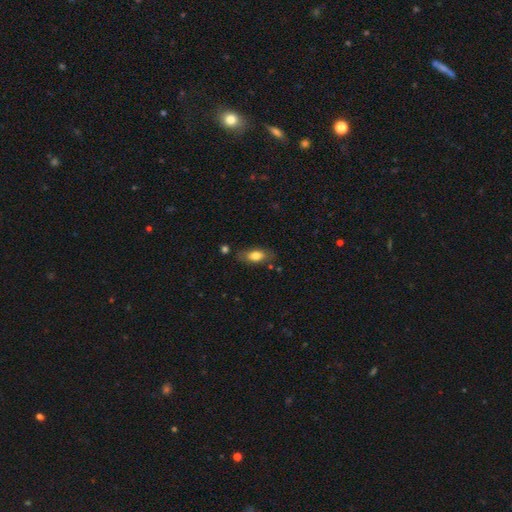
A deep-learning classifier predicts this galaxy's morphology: Smooth or featured: smooth — 75% (featured or disk — 18%)
How rounded: in between — 83% (cigar-shaped — 13%)
Merging: none — 76% (minor disturbance — 16%)